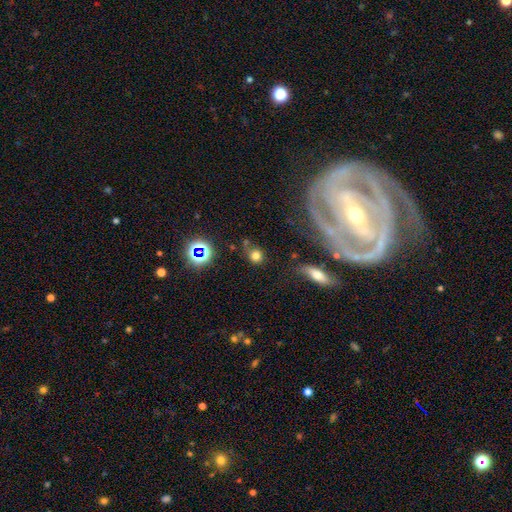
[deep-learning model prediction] Smooth or featured?
  - smooth: 72% *
  - star or artifact: 18%
  - featured or disk: 9%
How rounded?
  - round: 79% *
  - in between: 19%
  - cigar-shaped: 2%
Merging?
  - none: 65% *
  - minor disturbance: 17%
  - merger: 11%
  - major disturbance: 7%